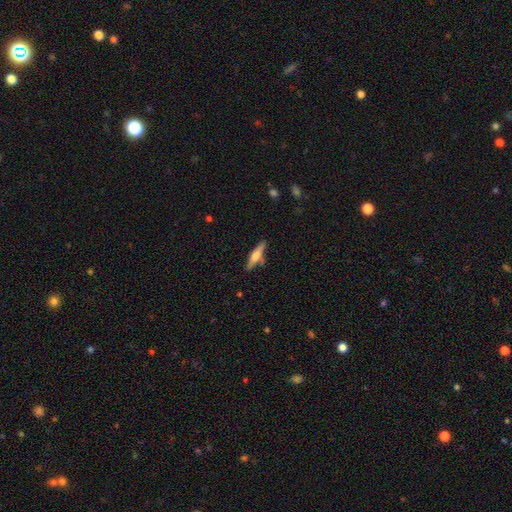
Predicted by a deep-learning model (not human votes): This appears to be a featured or disk galaxy (57%) viewed edge-on (96%) with a rounded central bulge (85%). Merging: none (78%).